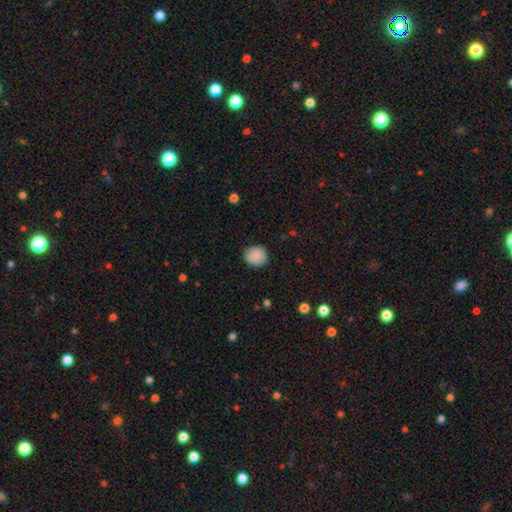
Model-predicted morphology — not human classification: type=smooth (84%); roundness=round (84%); merging=none (85%).